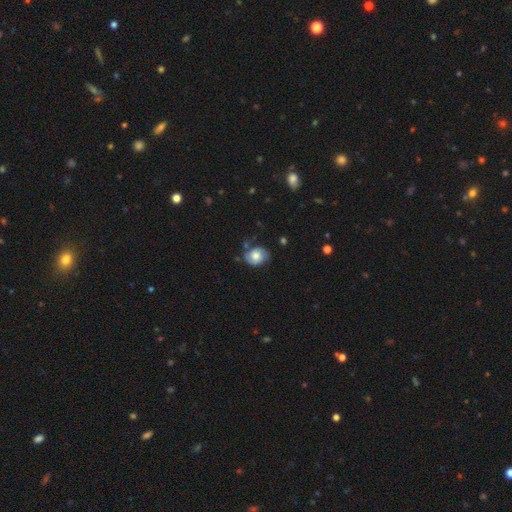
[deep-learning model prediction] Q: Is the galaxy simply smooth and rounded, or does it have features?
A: smooth — 61%.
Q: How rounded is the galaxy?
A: in between — 50%.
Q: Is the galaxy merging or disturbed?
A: none — 66%.